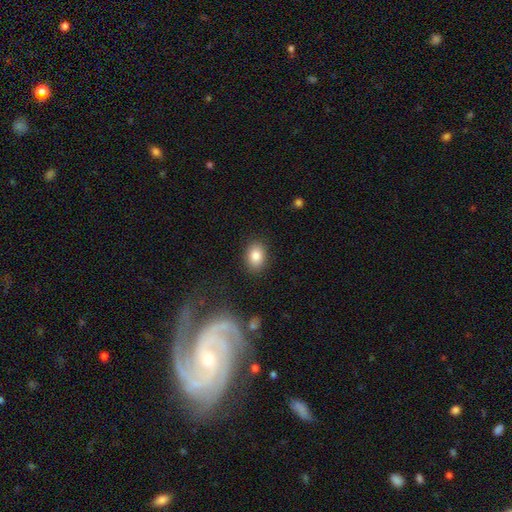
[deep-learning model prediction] smooth_or_featured: smooth (p=0.85) [alt: star or artifact p=0.09]
how_rounded: in between (p=0.77) [alt: round p=0.21]
merging: none (p=0.87) [alt: minor disturbance p=0.09]